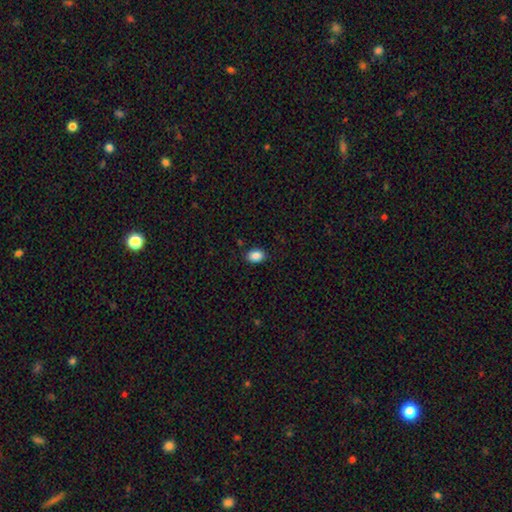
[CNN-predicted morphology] smooth_or_featured: smooth (p=0.87) [alt: star or artifact p=0.09]
how_rounded: in between (p=0.75) [alt: round p=0.24]
merging: none (p=0.88) [alt: minor disturbance p=0.09]